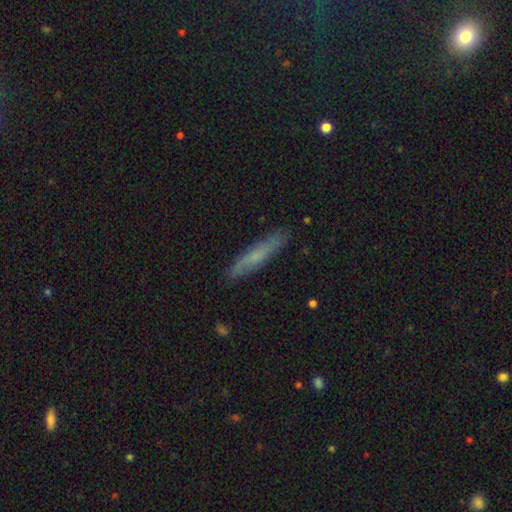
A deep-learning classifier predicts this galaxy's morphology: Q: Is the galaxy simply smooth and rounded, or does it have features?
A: smooth — 56%.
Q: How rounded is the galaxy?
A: cigar-shaped — 92%.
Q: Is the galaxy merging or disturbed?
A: none — 88%.